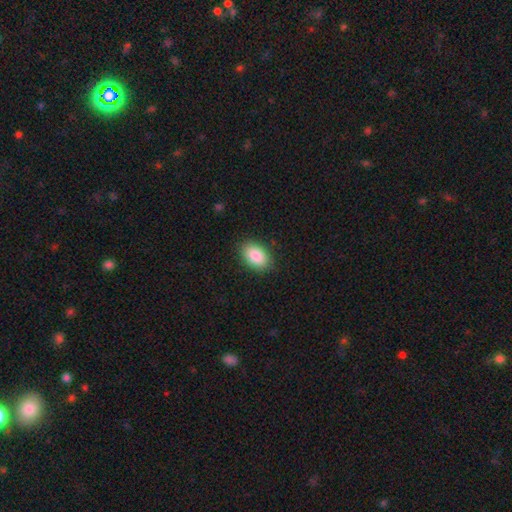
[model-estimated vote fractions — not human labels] smooth-or-featured: smooth: 88% | star or artifact: 7% | featured or disk: 5%
  how-rounded: in between: 90% | round: 8% | cigar-shaped: 1%
  merging: none: 88% | minor disturbance: 9% | major disturbance: 2% | merger: 1%